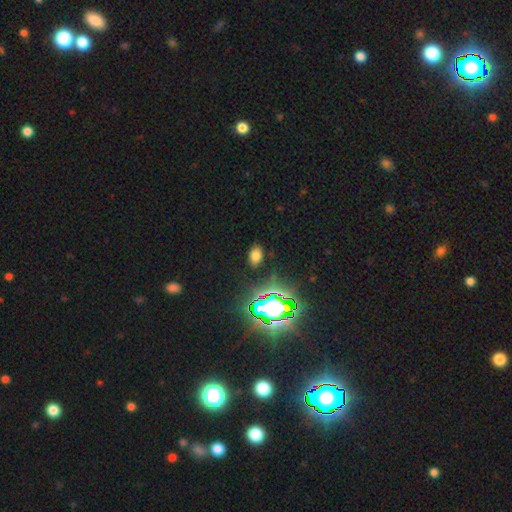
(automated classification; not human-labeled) A smooth galaxy with no disk features (65%) that is in between round and cigar-shaped (86%). Merging: none (86%).